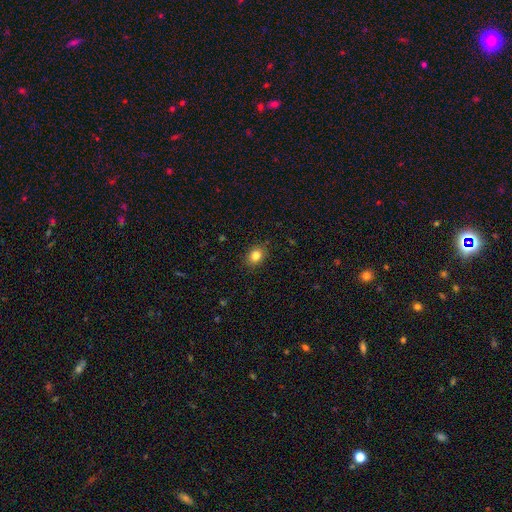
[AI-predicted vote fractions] smooth-or-featured: smooth: 82% | star or artifact: 11% | featured or disk: 6%
  how-rounded: round: 57% | in between: 42% | cigar-shaped: 1%
  merging: none: 88% | minor disturbance: 9% | major disturbance: 2% | merger: 1%